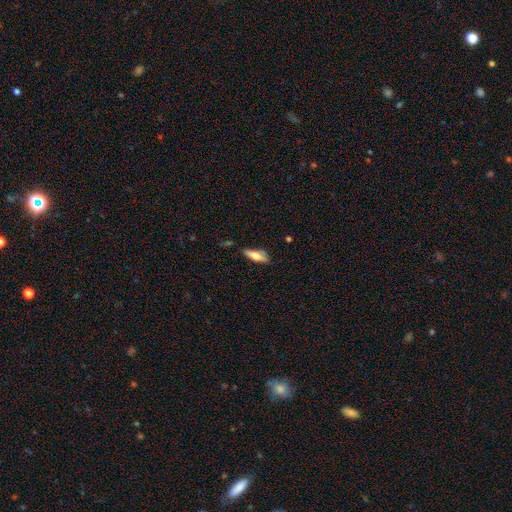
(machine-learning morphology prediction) smooth_or_featured: smooth (p=0.55) [alt: featured or disk p=0.38]
how_rounded: cigar-shaped (p=0.50) [alt: in between p=0.48]
merging: none (p=0.68) [alt: minor disturbance p=0.22]